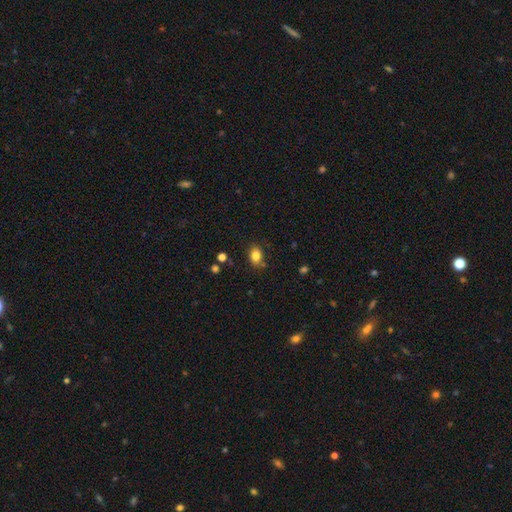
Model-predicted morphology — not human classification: Smooth or featured? smooth (83%)
How rounded? in between (70%)
Merging? none (77%)